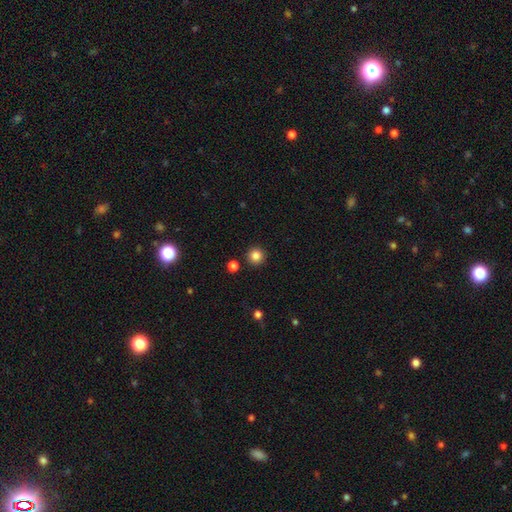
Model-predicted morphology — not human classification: Smooth or featured: smooth — 84% (star or artifact — 12%)
How rounded: round — 95% (in between — 4%)
Merging: none — 91% (minor disturbance — 5%)